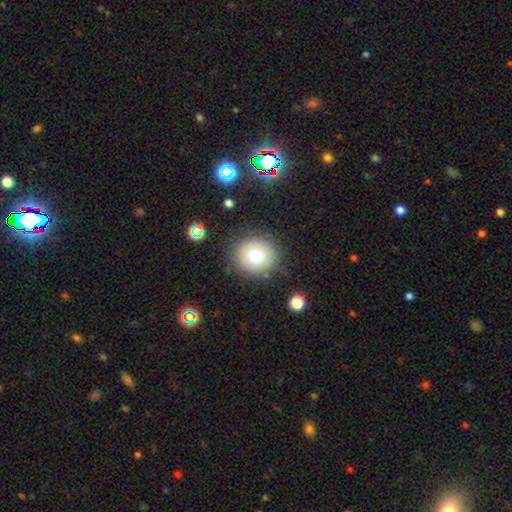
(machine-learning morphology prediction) This appears to be a smooth galaxy with no disk features (72%) that is round (86%). Merging: none (82%).